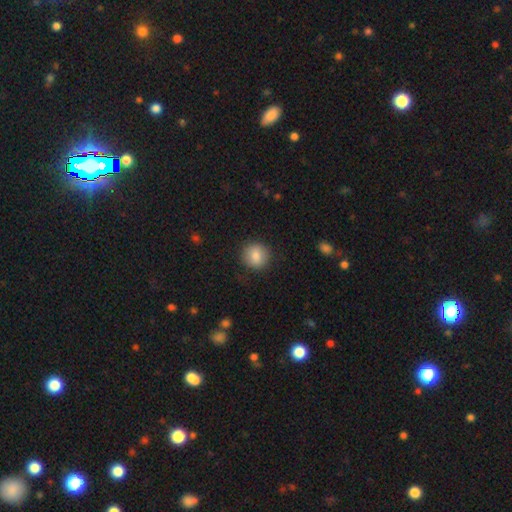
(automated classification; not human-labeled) This is clearly a smooth galaxy (83%). How rounded: clearly round (89%). Merging: clearly none (87%).